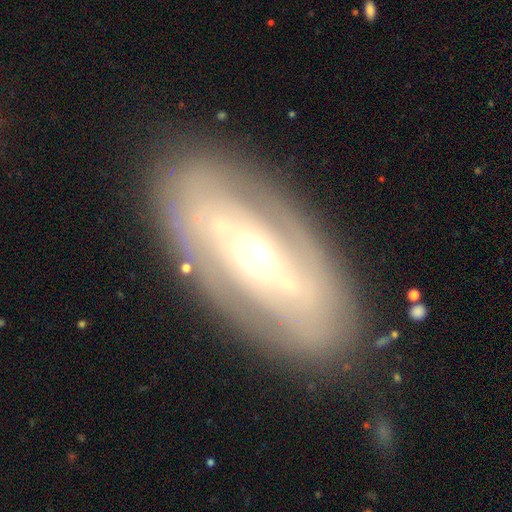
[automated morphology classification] A featured or disk galaxy (76%) with no bar (45%), spiral arms (61%) and a moderate central bulge (66%). Merging: none (82%).